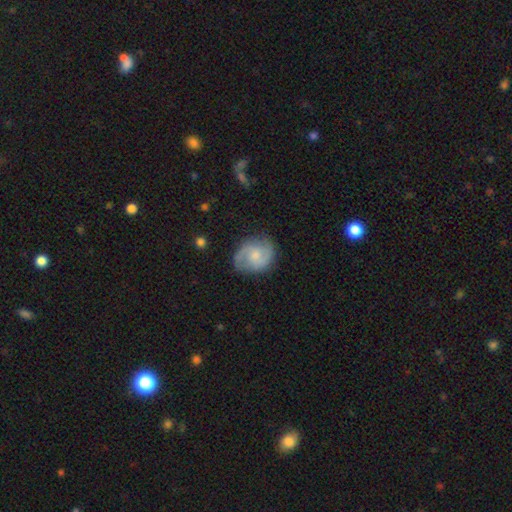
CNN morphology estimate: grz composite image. It shows a featured or disk galaxy (73%) with no bar (55%), 2 (87%) medium (51%) spiral arms (94%) and a small central bulge (43%). Merging: none (78%).